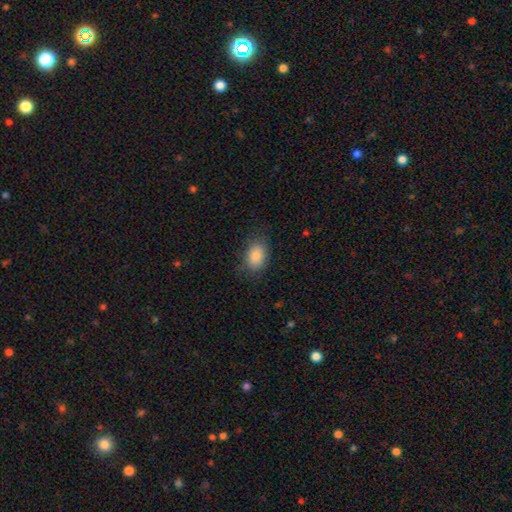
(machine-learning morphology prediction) smooth-or-featured: smooth: 86% | star or artifact: 8% | featured or disk: 5%
  how-rounded: in between: 81% | round: 18% | cigar-shaped: 1%
  merging: none: 77% | minor disturbance: 17% | major disturbance: 5% | merger: 1%